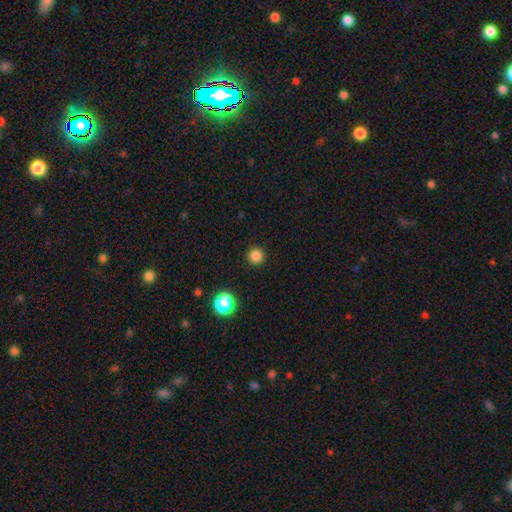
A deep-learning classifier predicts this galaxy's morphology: This is clearly a smooth galaxy (83%). How rounded: clearly round (96%). Merging: clearly none (92%).